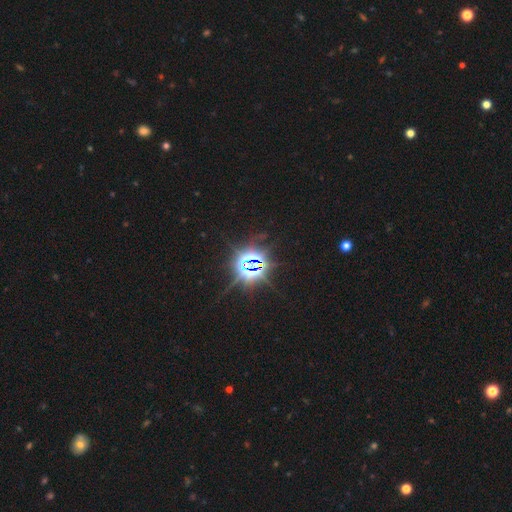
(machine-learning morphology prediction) star or artifact 86%, smooth 7%, featured or disk 7%.